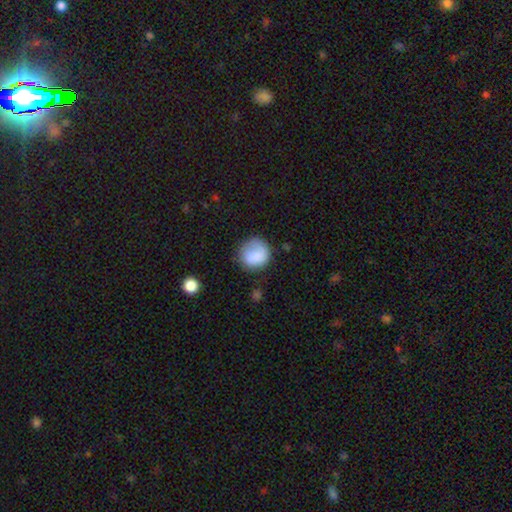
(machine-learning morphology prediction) Overall: smooth (84%). How rounded: round (85%). Merging: none (67%).